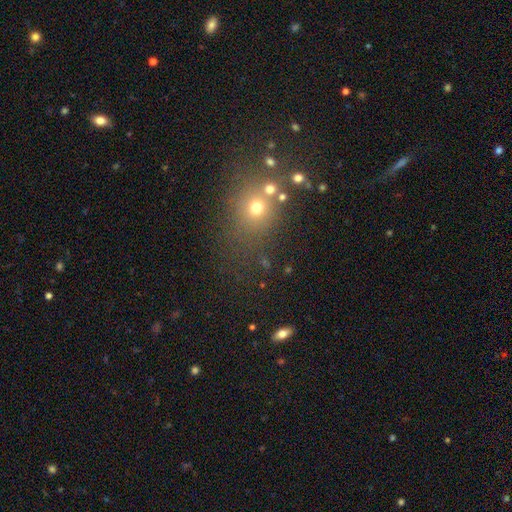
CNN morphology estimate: A smooth galaxy with no disk features (47%). Merging: none (71%).